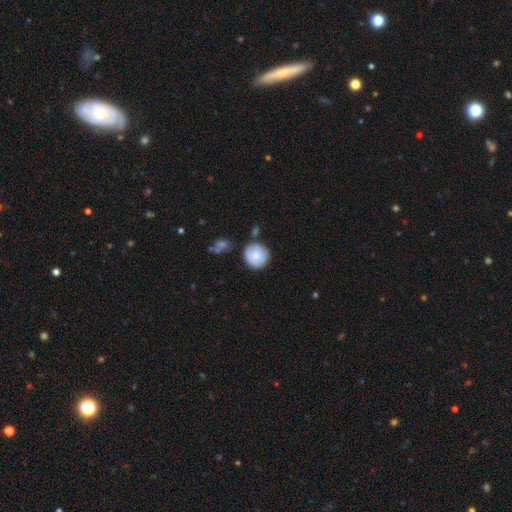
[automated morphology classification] Smooth or featured: smooth — 77% (featured or disk — 16%)
How rounded: round — 90% (in between — 9%)
Merging: none — 72% (minor disturbance — 17%)